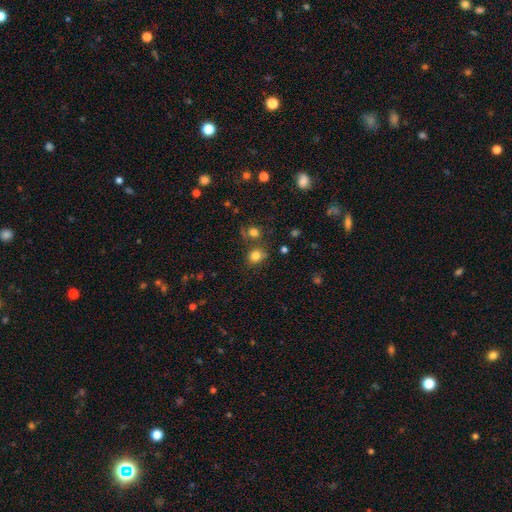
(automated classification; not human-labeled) smooth_or_featured: smooth (p=0.80) [alt: star or artifact p=0.13]
how_rounded: round (p=0.68) [alt: in between p=0.31]
merging: none (p=0.64) [alt: merger p=0.17]